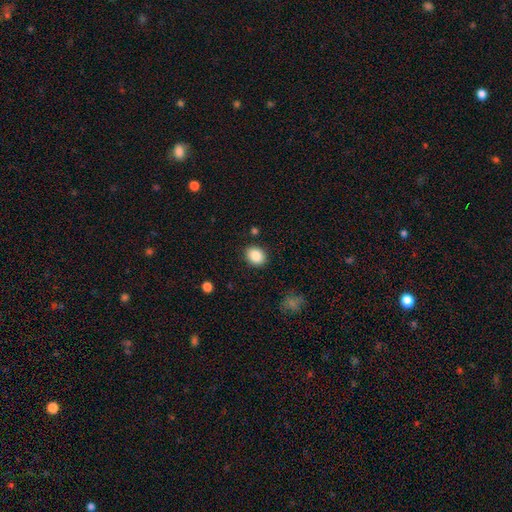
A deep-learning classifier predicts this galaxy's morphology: Q: Smooth or featured?
A: smooth (87%); runner-up: star or artifact (8%)
Q: How rounded?
A: in between (50%); runner-up: round (49%)
Q: Merging?
A: none (87%); runner-up: minor disturbance (9%)